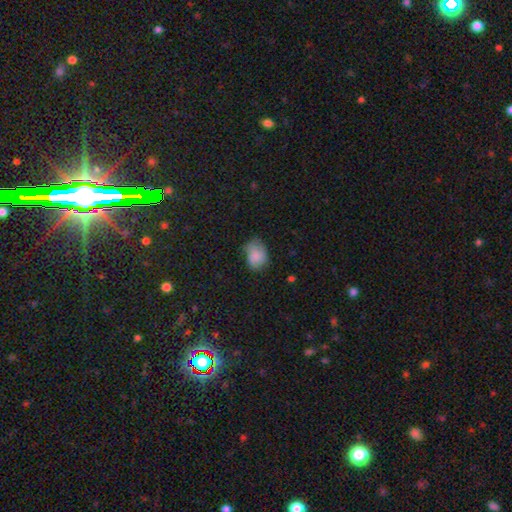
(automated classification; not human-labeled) smooth_or_featured: smooth (p=0.78) [alt: featured or disk p=0.13]
how_rounded: in between (p=0.69) [alt: round p=0.30]
merging: none (p=0.48) [alt: minor disturbance p=0.37]